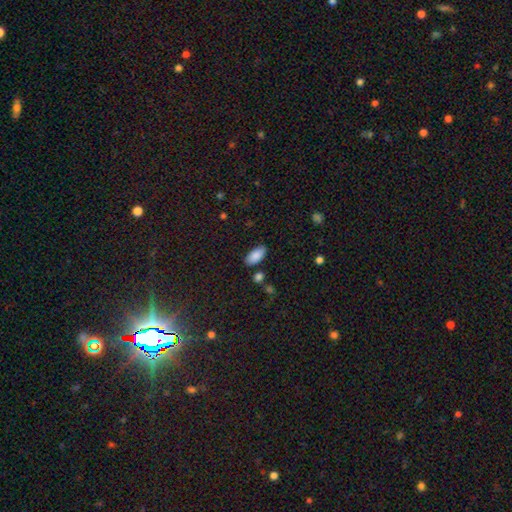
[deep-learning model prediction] Smooth or featured?
  - smooth: 87% *
  - star or artifact: 7%
  - featured or disk: 5%
How rounded?
  - in between: 91% *
  - cigar-shaped: 7%
  - round: 2%
Merging?
  - none: 83% *
  - minor disturbance: 11%
  - merger: 4%
  - major disturbance: 3%